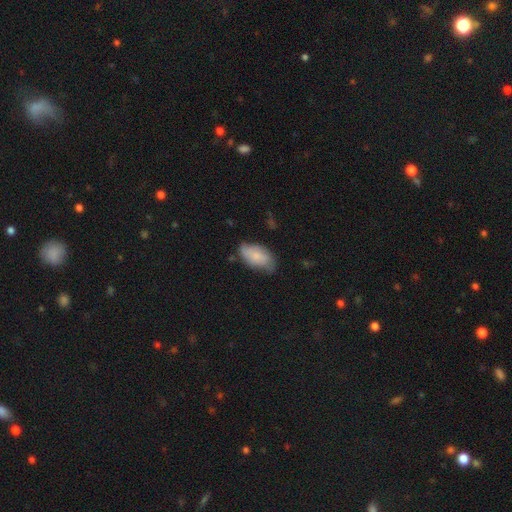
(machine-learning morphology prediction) Smooth or featured? Predicted: smooth (p=0.76). How rounded? Predicted: in between (p=0.94). Merging? Predicted: none (p=0.57).